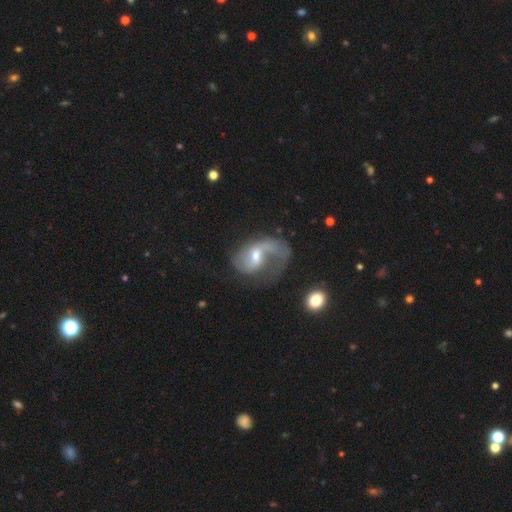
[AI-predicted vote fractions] This is likely a featured or disk galaxy (79%). It is clearly not viewed edge-on (97%). Bar: possibly weak (47%). Spiral arm pattern: clearly yes (91%). Spiral arm count: possibly 2 (48%). Spiral winding: possibly loose (52%). Central bulge: possibly moderate (50%). Merging: marginally none (38%).